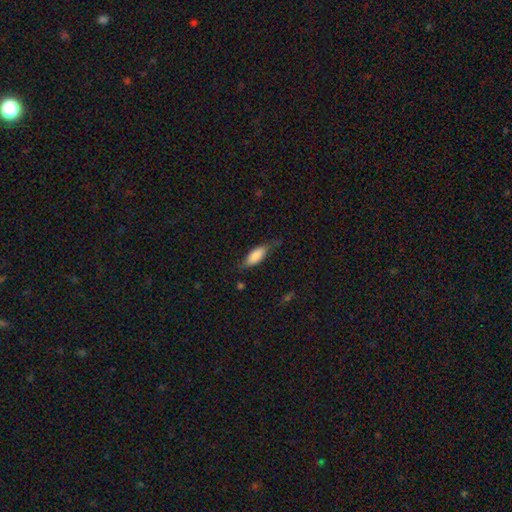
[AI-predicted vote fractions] This appears to be a smooth galaxy with no disk features (78%) that is in between round and cigar-shaped (75%). Merging: none (61%).